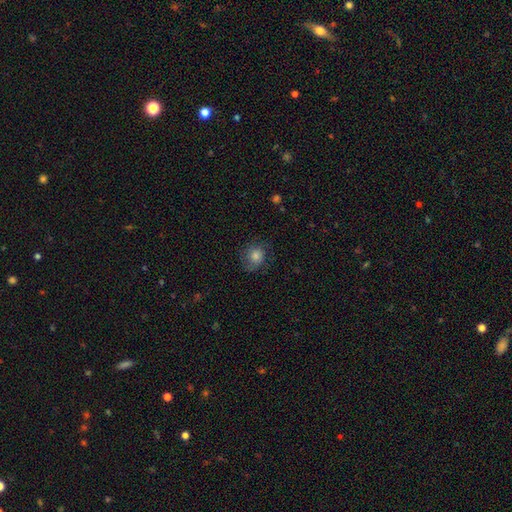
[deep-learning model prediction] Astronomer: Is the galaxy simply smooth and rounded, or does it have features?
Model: smooth — 65%.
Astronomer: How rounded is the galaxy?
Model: round — 78%.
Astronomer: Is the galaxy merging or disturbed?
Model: none — 71%.